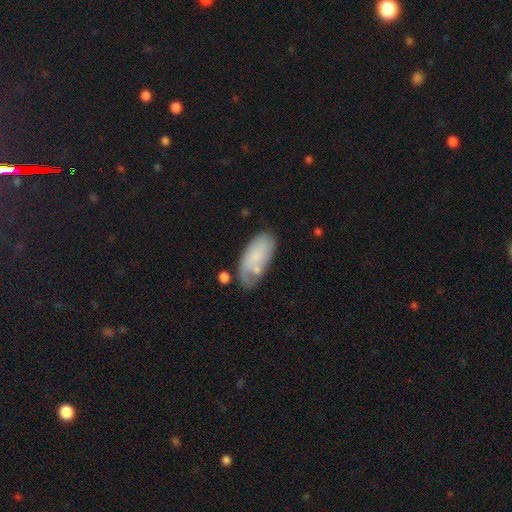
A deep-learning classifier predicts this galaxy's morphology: A smooth galaxy with no disk features (68%) that is in between round and cigar-shaped (91%). Merging: none (50%).